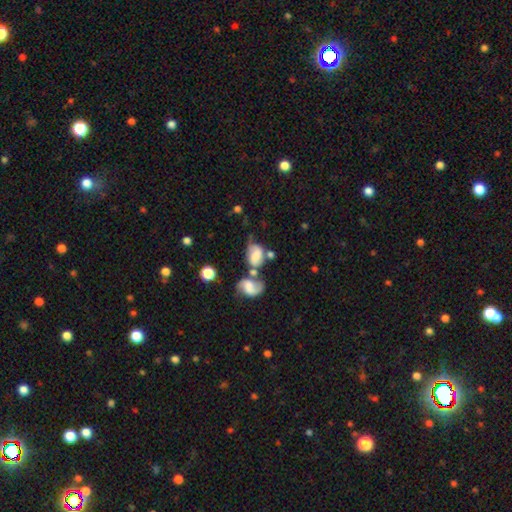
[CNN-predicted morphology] smooth 51%, featured or disk 40%, star or artifact 10%. Down the decision tree: how rounded — in between (80%); merging — none (34%).